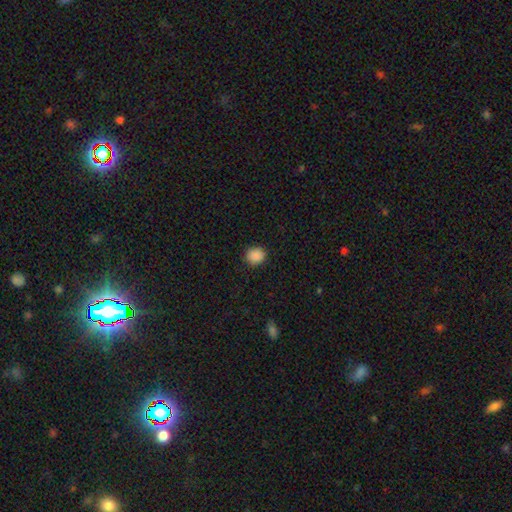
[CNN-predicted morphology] This appears to be a smooth galaxy with no disk features (88%) that is round (75%). Merging: none (88%).